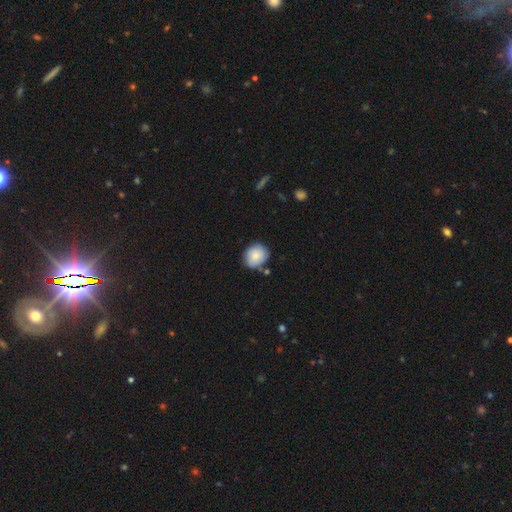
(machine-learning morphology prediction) Smooth or featured? Predicted: smooth (p=0.82). How rounded? Predicted: round (p=0.76). Merging? Predicted: none (p=0.75).